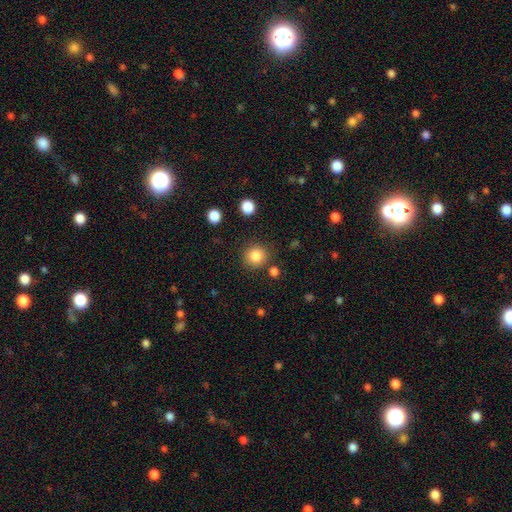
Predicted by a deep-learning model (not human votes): Overall: smooth (84%). How rounded: round (90%). Merging: none (84%).